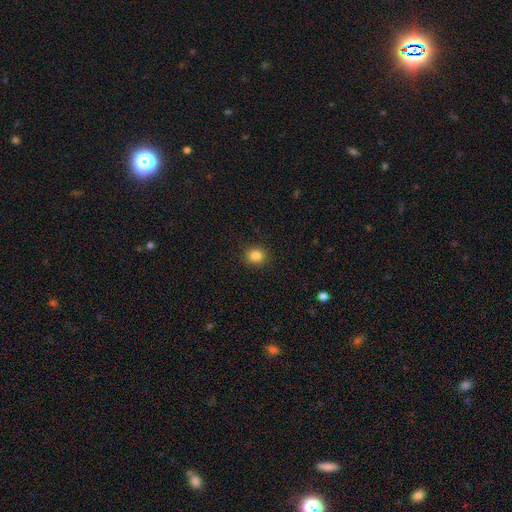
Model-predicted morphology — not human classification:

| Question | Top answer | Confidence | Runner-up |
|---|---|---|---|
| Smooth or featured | smooth | 85% | star or artifact (11%) |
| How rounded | round | 81% | in between (18%) |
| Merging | none | 91% | minor disturbance (6%) |